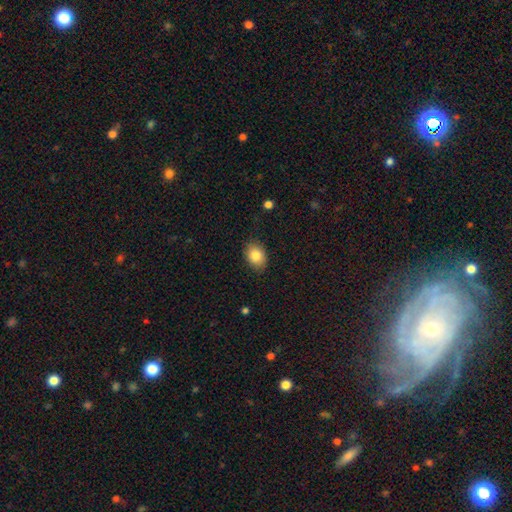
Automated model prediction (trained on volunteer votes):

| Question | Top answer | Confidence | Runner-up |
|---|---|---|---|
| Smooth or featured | smooth | 83% | star or artifact (9%) |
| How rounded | in between | 65% | round (34%) |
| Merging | none | 84% | minor disturbance (12%) |